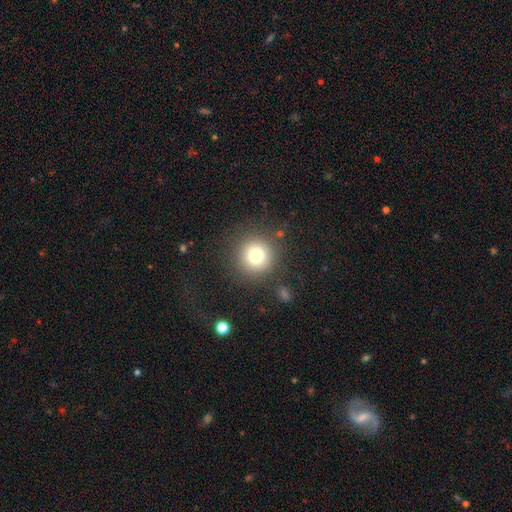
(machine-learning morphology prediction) Smooth or featured: smooth — 76% (star or artifact — 14%)
How rounded: round — 95% (in between — 4%)
Merging: none — 87% (minor disturbance — 7%)